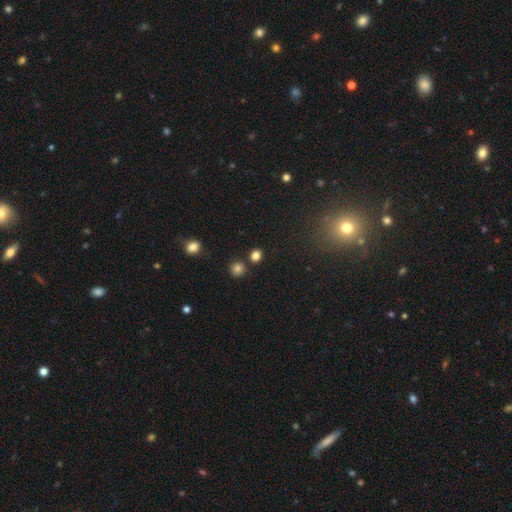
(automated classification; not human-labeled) Overall: smooth (80%). How rounded: round (85%). Merging: none (79%).